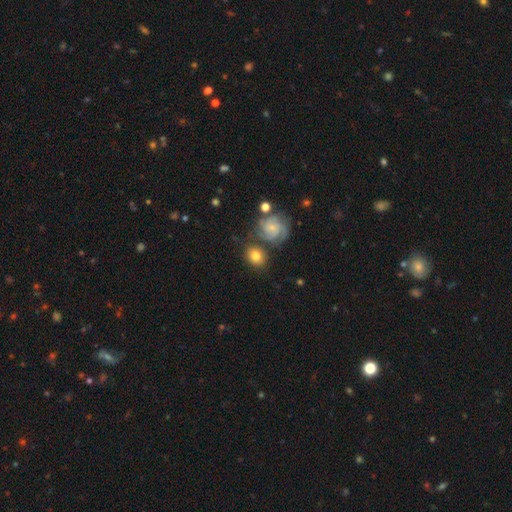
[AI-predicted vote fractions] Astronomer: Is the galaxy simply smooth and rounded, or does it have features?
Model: smooth — 61%.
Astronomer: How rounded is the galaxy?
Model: round — 64%.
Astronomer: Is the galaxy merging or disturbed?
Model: none — 68%.